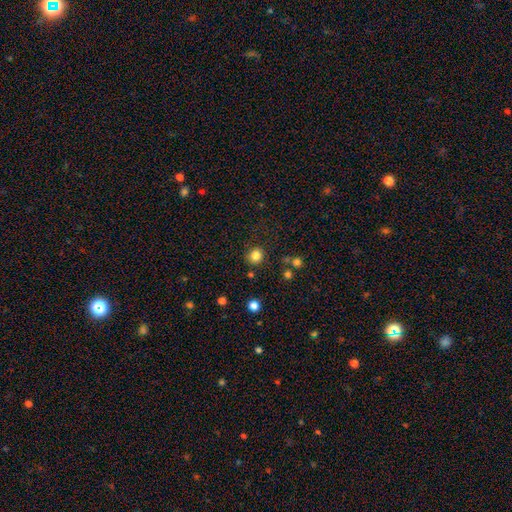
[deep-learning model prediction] smooth_or_featured: smooth (p=0.83) [alt: star or artifact p=0.12]
how_rounded: round (p=0.88) [alt: in between p=0.11]
merging: none (p=0.85) [alt: minor disturbance p=0.09]